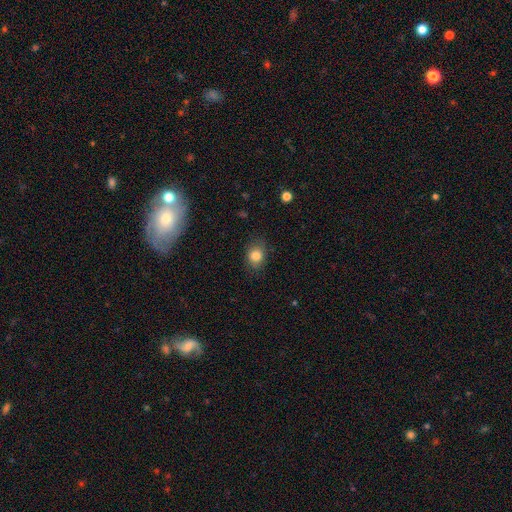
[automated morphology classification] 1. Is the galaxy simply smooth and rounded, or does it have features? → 83% smooth, 9% star or artifact, 8% featured or disk.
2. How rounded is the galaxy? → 56% in between, 43% round, 1% cigar-shaped.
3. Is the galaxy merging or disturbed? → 79% none, 16% minor disturbance, 5% major disturbance, 1% merger.